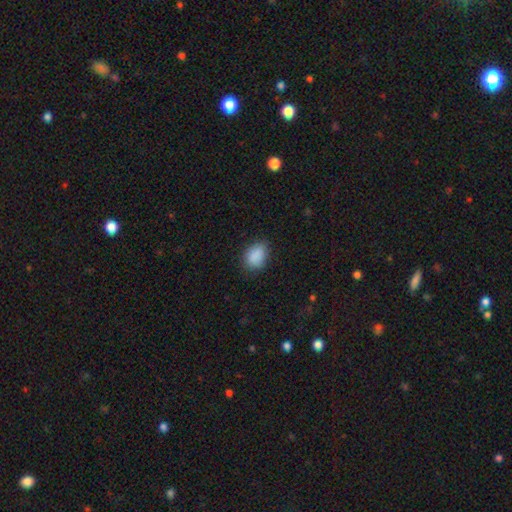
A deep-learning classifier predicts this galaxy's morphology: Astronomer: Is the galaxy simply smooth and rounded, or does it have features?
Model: smooth — 88%.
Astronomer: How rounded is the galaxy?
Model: in between — 75%.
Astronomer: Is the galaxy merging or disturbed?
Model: none — 77%.